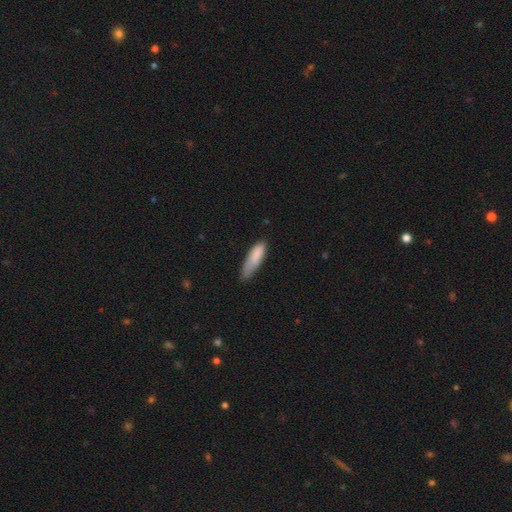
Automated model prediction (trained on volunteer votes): smooth_or_featured: smooth (p=0.83) [alt: featured or disk p=0.10]
how_rounded: cigar-shaped (p=0.53) [alt: in between p=0.46]
merging: none (p=0.45) [alt: minor disturbance p=0.41]